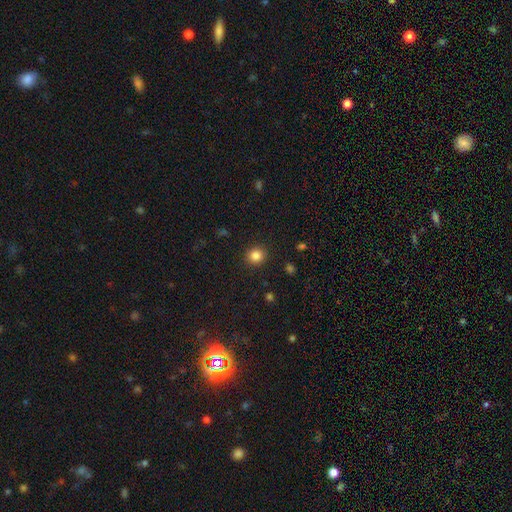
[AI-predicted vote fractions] Morphology: type=smooth (84%); roundness=round (86%); merging=none (91%).